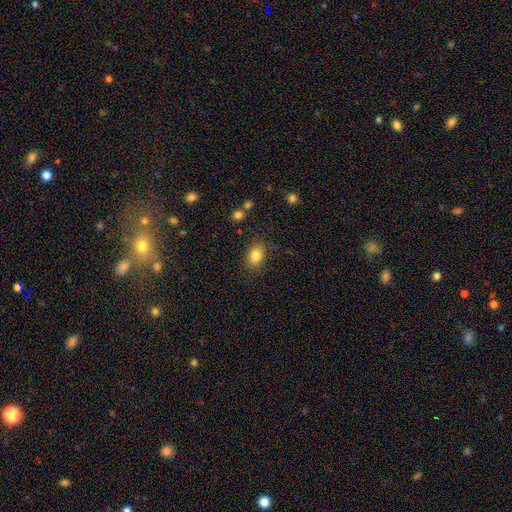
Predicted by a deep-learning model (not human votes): This appears to be a smooth galaxy with no disk features (83%) that is in between round and cigar-shaped (63%). Merging: none (84%).